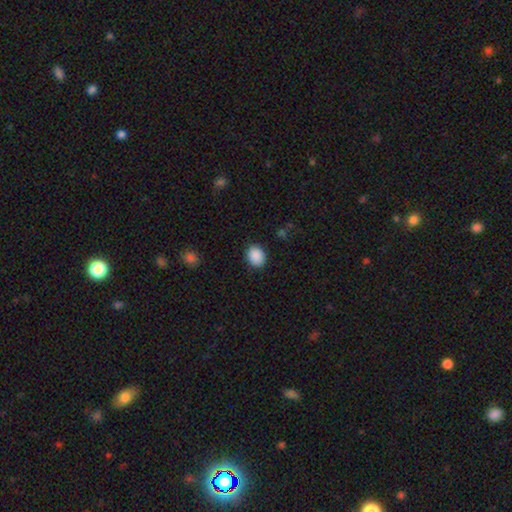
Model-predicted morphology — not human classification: Q: Smooth or featured?
A: smooth (90%); runner-up: star or artifact (8%)
Q: How rounded?
A: in between (51%); runner-up: round (48%)
Q: Merging?
A: none (87%); runner-up: minor disturbance (9%)